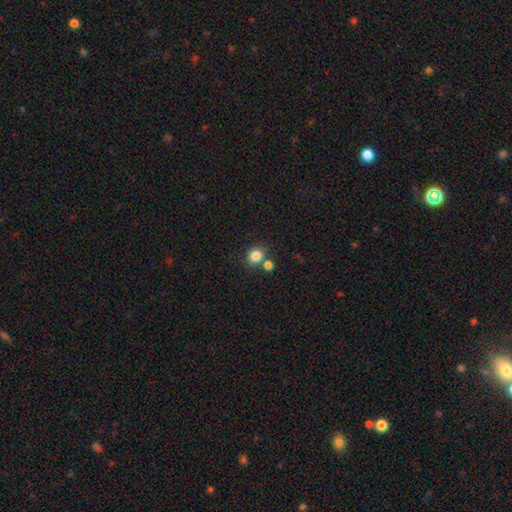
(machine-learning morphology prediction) Smooth or featured?
  - smooth: 84% *
  - star or artifact: 11%
  - featured or disk: 5%
How rounded?
  - round: 76% *
  - in between: 23%
  - cigar-shaped: 1%
Merging?
  - none: 68% *
  - merger: 20%
  - minor disturbance: 9%
  - major disturbance: 3%